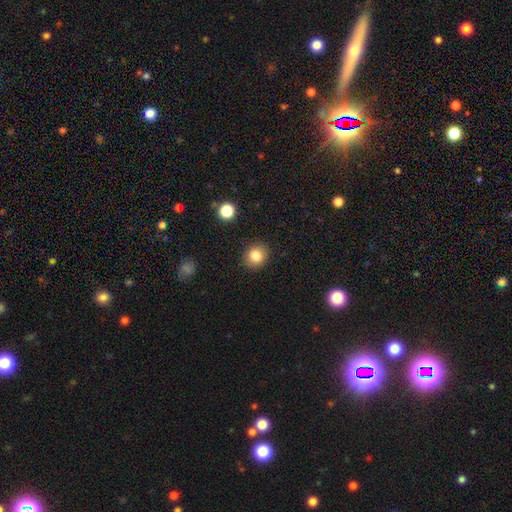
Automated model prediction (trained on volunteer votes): The model was most divided on "how rounded": round: 81%, in between: 18%, cigar-shaped: 1%. More confident: merging — none (89%); smooth or featured — smooth (82%).